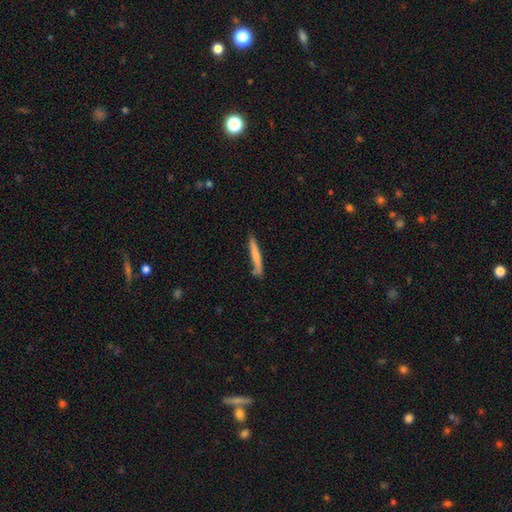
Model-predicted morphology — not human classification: Smooth or featured? smooth (69%)
How rounded? cigar-shaped (95%)
Merging? none (77%)